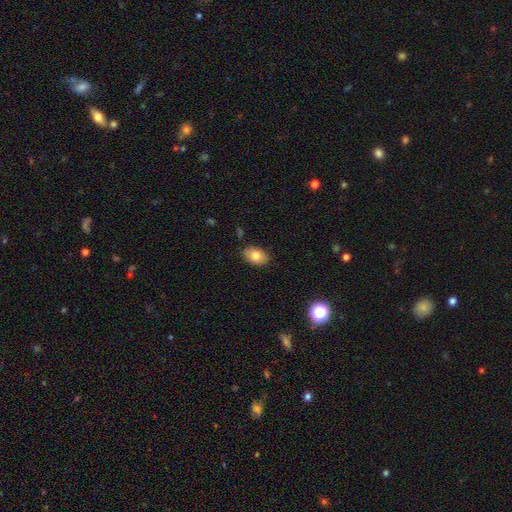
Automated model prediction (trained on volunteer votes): This is likely a smooth galaxy (80%). How rounded: clearly in between (86%). Merging: clearly none (85%).